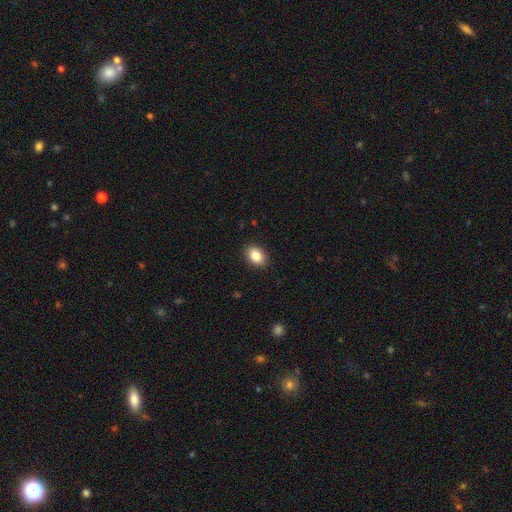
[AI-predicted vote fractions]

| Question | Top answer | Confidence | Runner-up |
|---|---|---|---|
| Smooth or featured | smooth | 87% | star or artifact (8%) |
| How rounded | in between | 76% | round (23%) |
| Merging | none | 89% | minor disturbance (8%) |